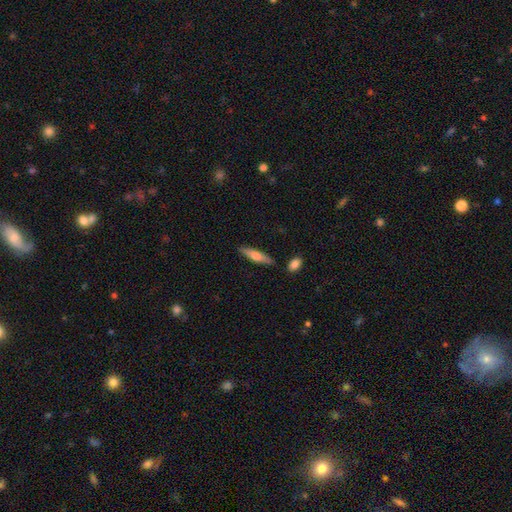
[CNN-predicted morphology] Smooth or featured?
  - smooth: 57% *
  - featured or disk: 38%
  - star or artifact: 6%
How rounded?
  - cigar-shaped: 78% *
  - in between: 20%
  - round: 2%
Merging?
  - none: 84% *
  - minor disturbance: 10%
  - merger: 4%
  - major disturbance: 2%